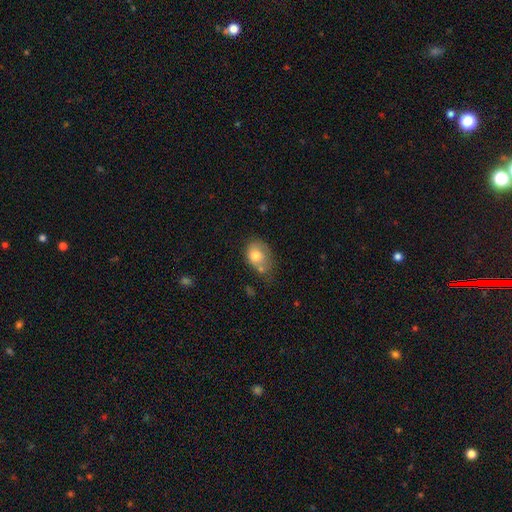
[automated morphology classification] smooth_or_featured: smooth (p=0.74) [alt: featured or disk p=0.18]
how_rounded: in between (p=0.65) [alt: round p=0.34]
merging: none (p=0.38) [alt: minor disturbance p=0.29]